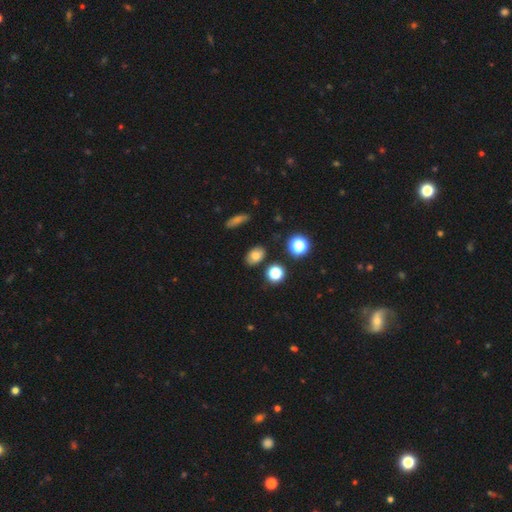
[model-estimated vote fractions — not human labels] Smooth or featured: smooth — 75% (star or artifact — 15%)
How rounded: in between — 77% (round — 21%)
Merging: none — 82% (minor disturbance — 11%)